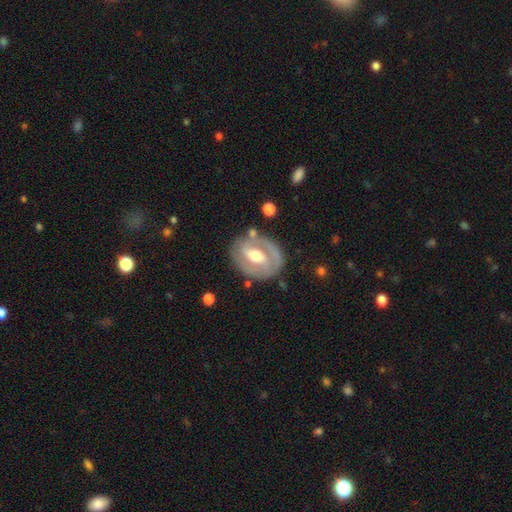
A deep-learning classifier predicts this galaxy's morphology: Smooth or featured: featured or disk — 75% (smooth — 19%)
Edge-on disk: no — 95% (yes — 5%)
Bar: weak — 40% (strong — 35%)
Spiral arms: yes — 67% (no — 33%)
Bulge size: moderate — 69% (small — 14%)
Merging: none — 75% (minor disturbance — 16%)